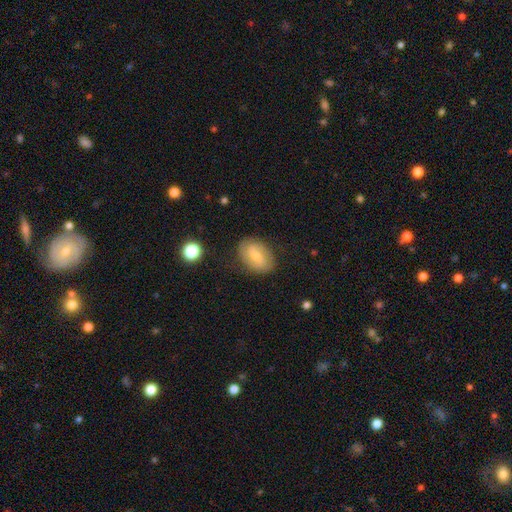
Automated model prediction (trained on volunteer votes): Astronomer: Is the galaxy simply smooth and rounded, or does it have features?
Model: featured or disk — 49% (runner-up: smooth, 44%).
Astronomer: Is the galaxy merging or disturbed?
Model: none — 80%.